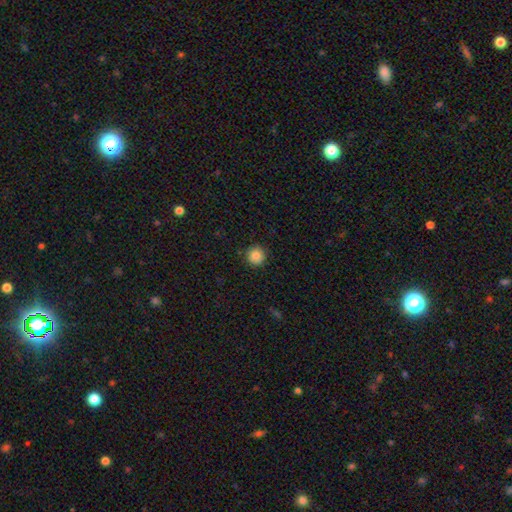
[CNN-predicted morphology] Q: Smooth or featured?
A: smooth (86%); runner-up: star or artifact (10%)
Q: How rounded?
A: round (94%); runner-up: in between (5%)
Q: Merging?
A: none (90%); runner-up: minor disturbance (7%)